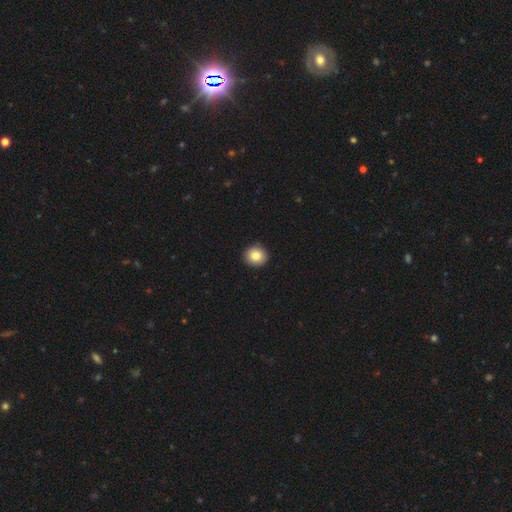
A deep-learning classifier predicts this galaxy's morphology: Smooth or featured: smooth — 86% (star or artifact — 8%)
How rounded: round — 83% (in between — 16%)
Merging: none — 92% (minor disturbance — 6%)